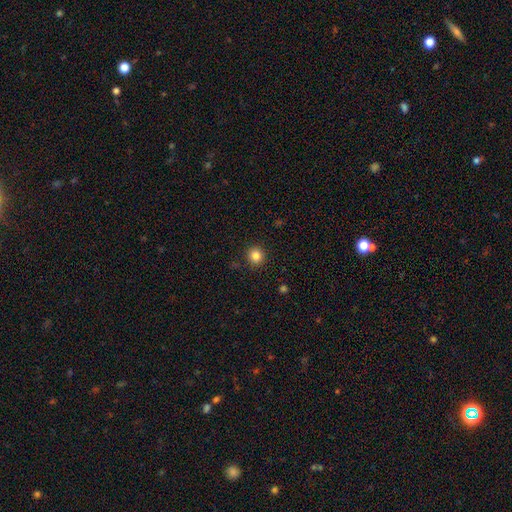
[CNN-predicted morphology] Smooth or featured?
  - smooth: 84% *
  - star or artifact: 12%
  - featured or disk: 4%
How rounded?
  - round: 94% *
  - in between: 5%
  - cigar-shaped: 1%
Merging?
  - none: 92% *
  - minor disturbance: 5%
  - major disturbance: 2%
  - merger: 1%